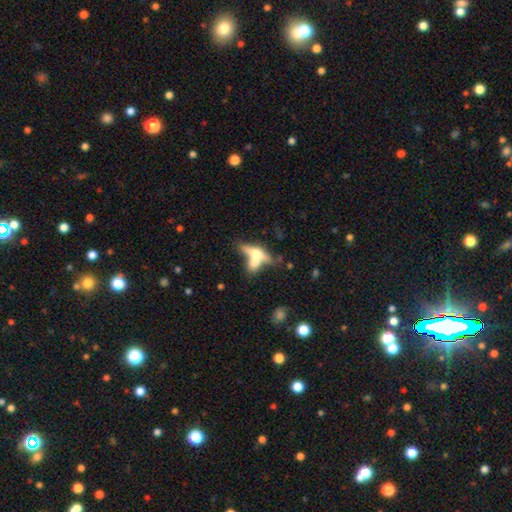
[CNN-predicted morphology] smooth 46%, featured or disk 45%, star or artifact 8%. Down the decision tree: merging — merger (55%).